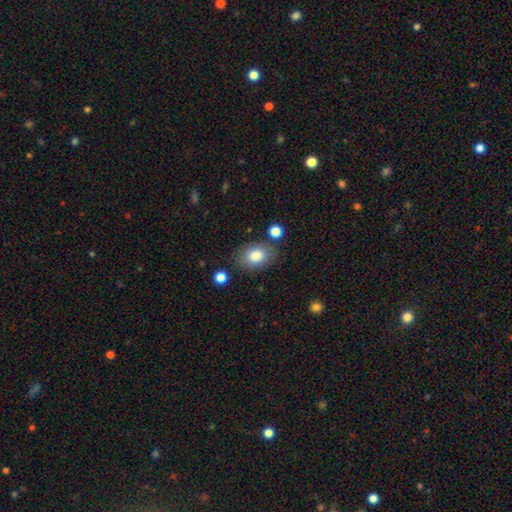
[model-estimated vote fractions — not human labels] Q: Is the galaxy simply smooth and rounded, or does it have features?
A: smooth — 84%.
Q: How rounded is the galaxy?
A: in between — 81%.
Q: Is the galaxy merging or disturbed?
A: none — 77%.